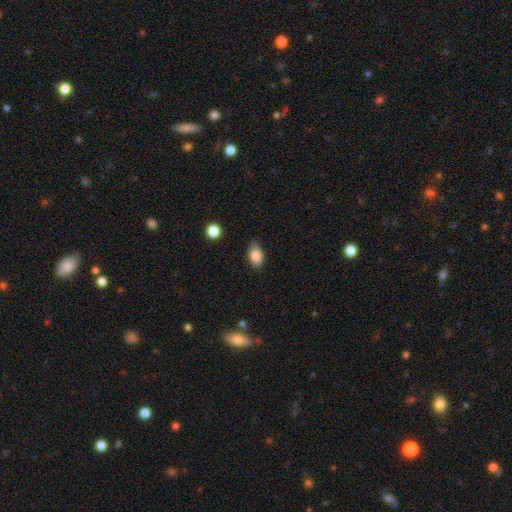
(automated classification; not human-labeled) Smooth or featured: smooth — 86% (star or artifact — 8%)
How rounded: in between — 86% (round — 12%)
Merging: none — 73% (minor disturbance — 22%)